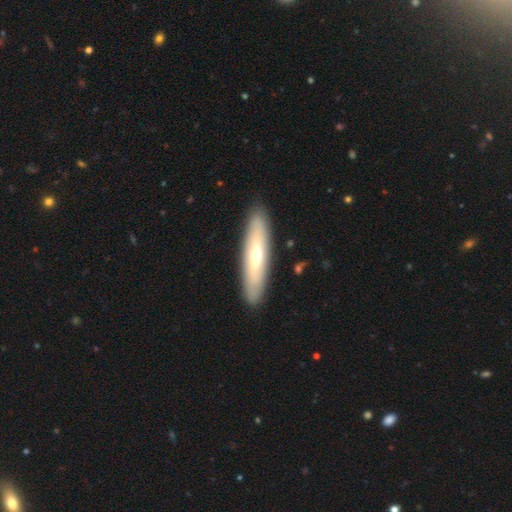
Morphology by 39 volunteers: Smooth or featured? featured or disk (56%)
Edge-on disk? yes (68%)
Edge-on bulge? rounded (80%)
Merging? none (92%)